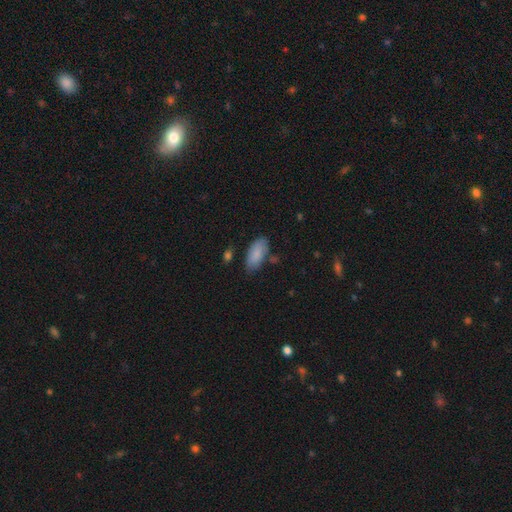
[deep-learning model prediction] Smooth or featured? smooth (86%)
How rounded? in between (90%)
Merging? none (71%)